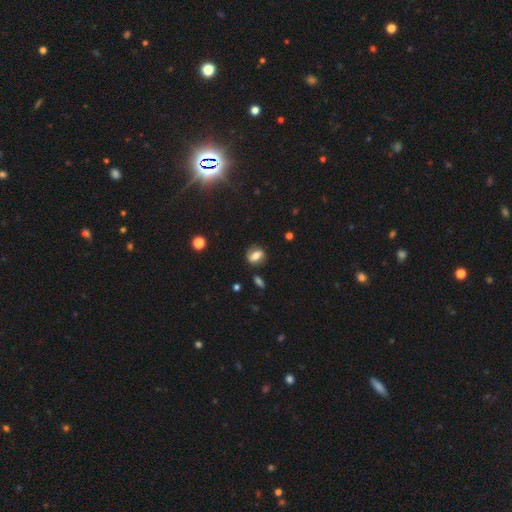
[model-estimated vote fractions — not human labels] Overall: smooth (52%; featured or disk 37%). How rounded: in between (57%; round 38%). Merging: none (76%).